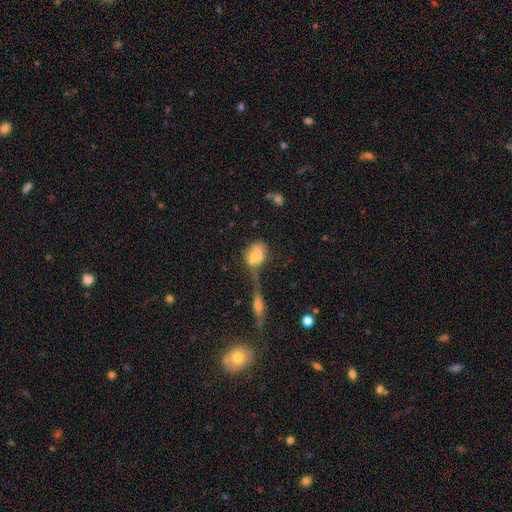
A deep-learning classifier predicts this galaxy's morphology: smooth-or-featured: smooth: 62% | featured or disk: 28% | star or artifact: 11%
  how-rounded: round: 50% | in between: 46% | cigar-shaped: 4%
  merging: merger: 51% | none: 27% | minor disturbance: 12% | major disturbance: 9%